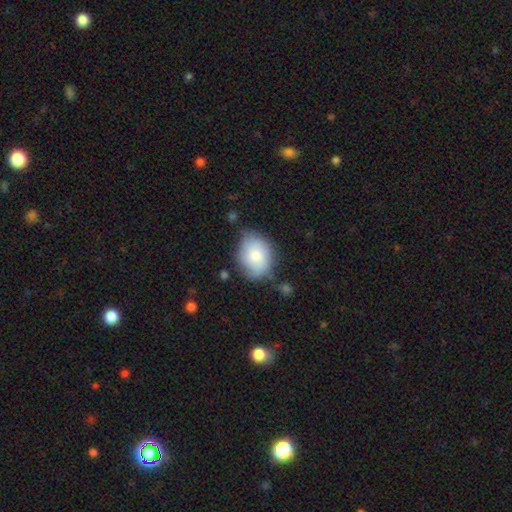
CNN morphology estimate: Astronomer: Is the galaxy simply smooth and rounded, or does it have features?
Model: smooth — 74%.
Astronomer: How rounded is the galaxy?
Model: in between — 56% (runner-up: round, 43%).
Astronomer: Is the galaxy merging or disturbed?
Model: none — 56%.